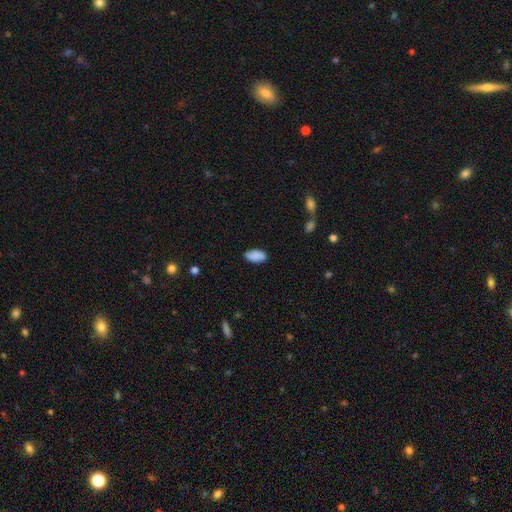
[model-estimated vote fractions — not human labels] Morphology: type=smooth (87%); roundness=in between (94%); merging=none (82%).